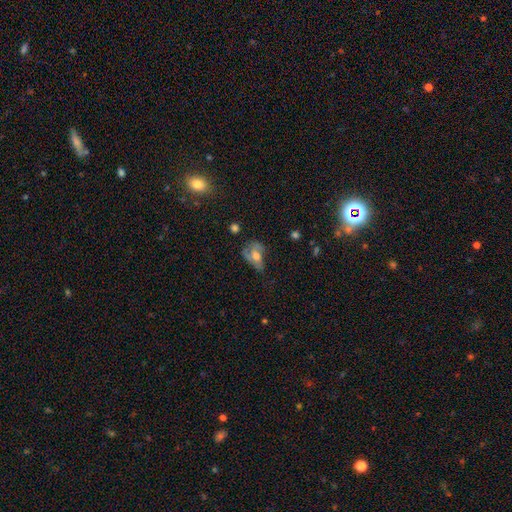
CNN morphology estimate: Smooth or featured? Predicted: featured or disk (p=0.47). Merging? Predicted: major disturbance (p=0.33, tied with none).